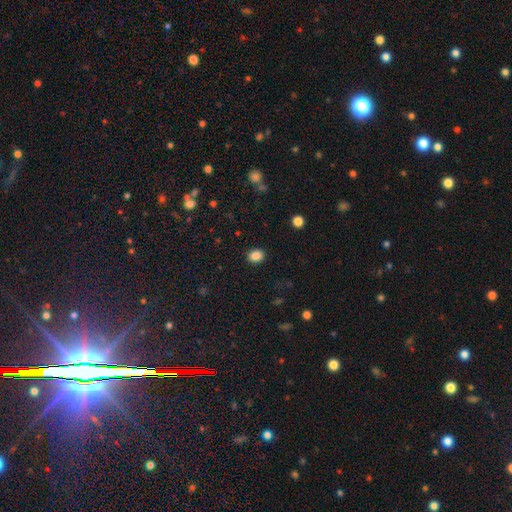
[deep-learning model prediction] smooth_or_featured: smooth (p=0.86) [alt: star or artifact p=0.10]
how_rounded: round (p=0.53) [alt: in between p=0.46]
merging: none (p=0.90) [alt: minor disturbance p=0.07]